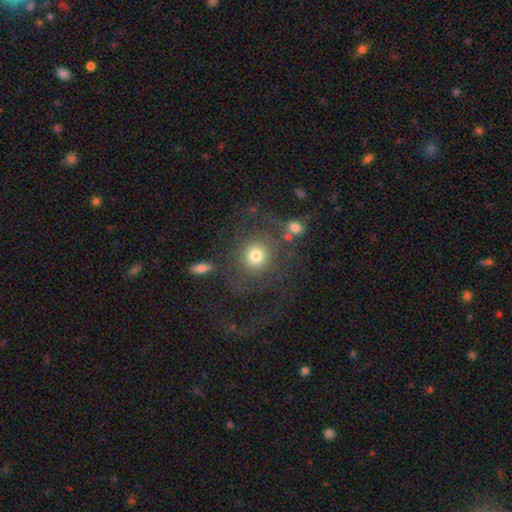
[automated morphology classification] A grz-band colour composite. It shows a smooth galaxy with no disk features (57%) that is round (83%). Merging: none (62%).